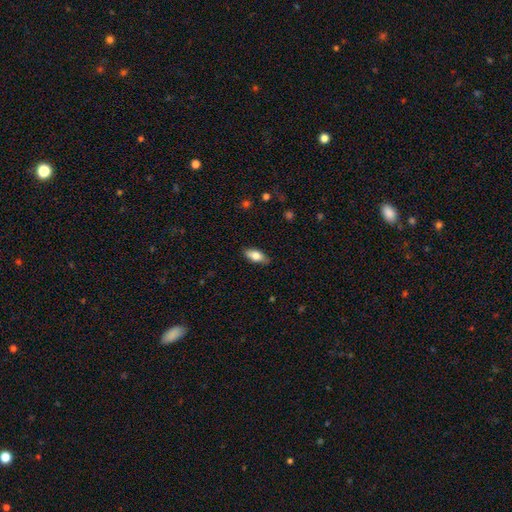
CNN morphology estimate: smooth 76%, featured or disk 18%, star or artifact 6%. Down the decision tree: how rounded — in between (84%); merging — none (86%).